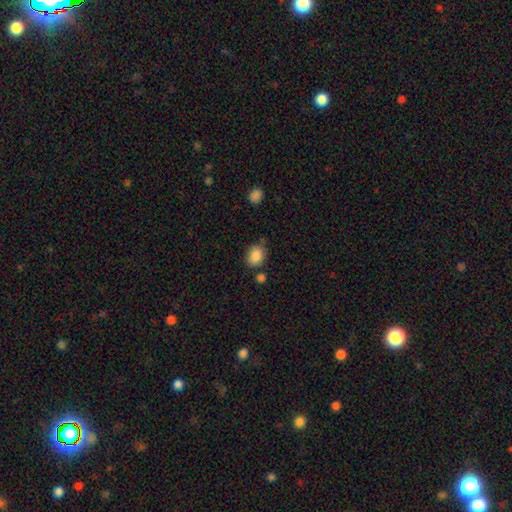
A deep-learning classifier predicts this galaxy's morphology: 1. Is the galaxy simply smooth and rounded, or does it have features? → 87% smooth, 8% star or artifact, 4% featured or disk.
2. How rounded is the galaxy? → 65% in between, 34% round, 1% cigar-shaped.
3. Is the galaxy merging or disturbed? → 73% none, 16% minor disturbance, 7% merger, 4% major disturbance.